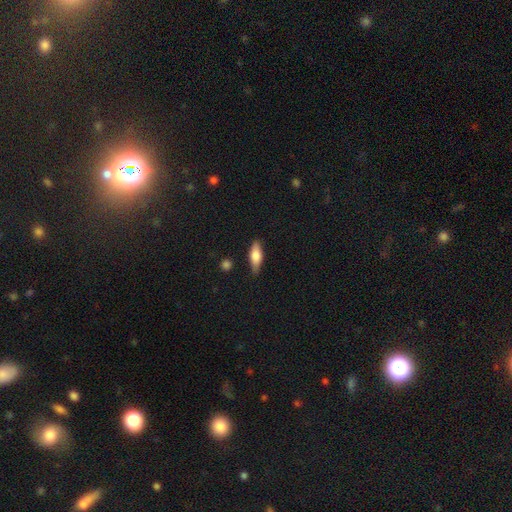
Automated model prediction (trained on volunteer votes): Smooth or featured? Predicted: smooth (p=0.62). How rounded? Predicted: in between (p=0.59). Merging? Predicted: none (p=0.81).